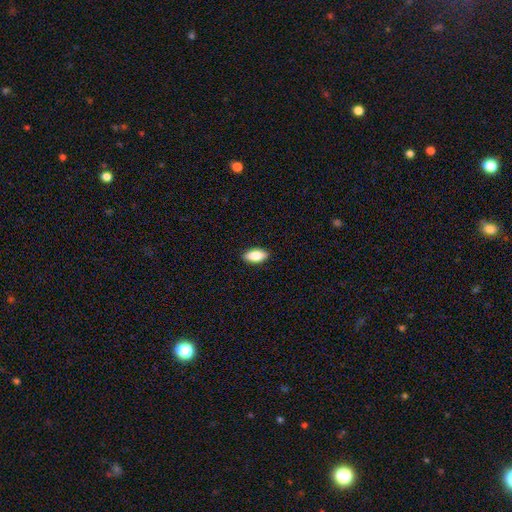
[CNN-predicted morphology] Q: Smooth or featured?
A: smooth (84%); runner-up: featured or disk (9%)
Q: How rounded?
A: in between (88%); runner-up: cigar-shaped (9%)
Q: Merging?
A: none (90%); runner-up: minor disturbance (8%)